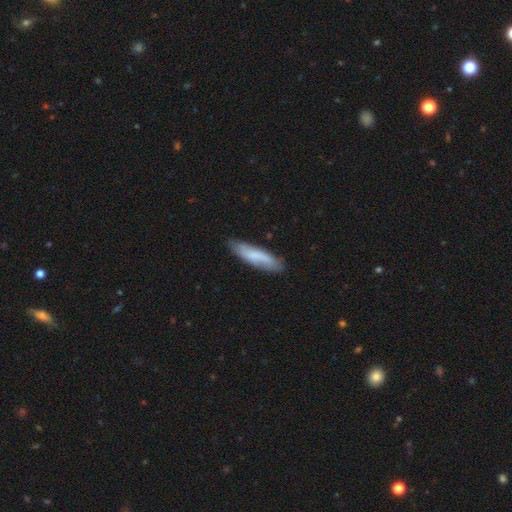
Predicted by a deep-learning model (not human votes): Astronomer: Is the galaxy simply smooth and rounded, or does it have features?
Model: smooth — 68%.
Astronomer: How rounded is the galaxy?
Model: cigar-shaped — 67%.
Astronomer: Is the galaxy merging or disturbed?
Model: none — 80%.